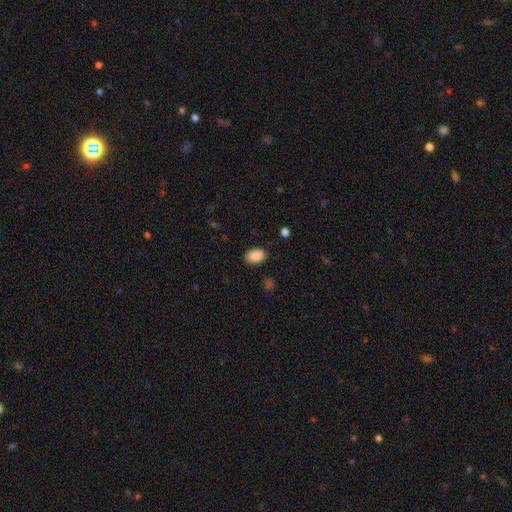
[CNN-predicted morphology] Smooth or featured?
  - smooth: 89% *
  - star or artifact: 8%
  - featured or disk: 3%
How rounded?
  - in between: 82% *
  - round: 17%
  - cigar-shaped: 1%
Merging?
  - none: 84% *
  - minor disturbance: 11%
  - major disturbance: 3%
  - merger: 1%